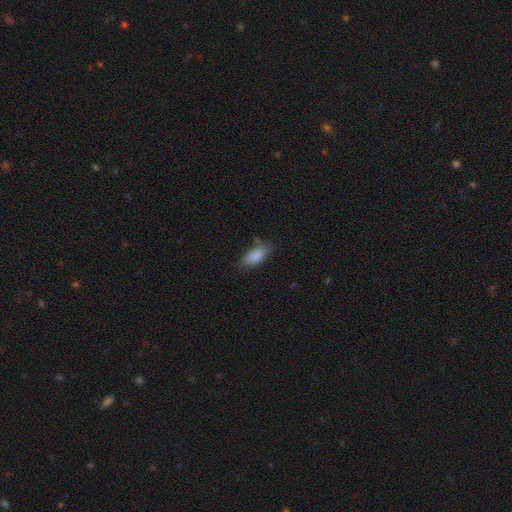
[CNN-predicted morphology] This appears to be a smooth galaxy with no disk features (87%) that is in between round and cigar-shaped (88%). Merging: none (71%).